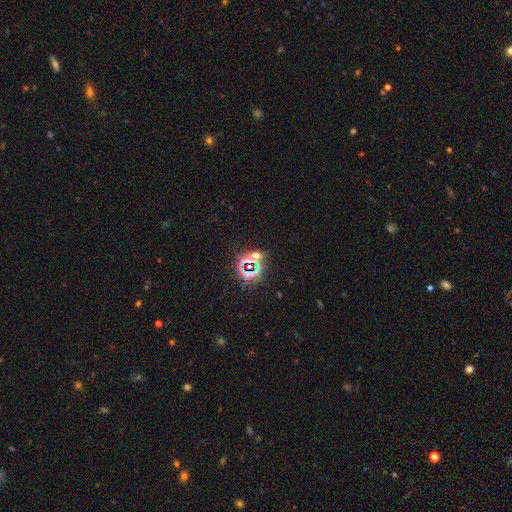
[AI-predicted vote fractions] The model was most divided on "smooth or featured": star or artifact: 70%, smooth: 21%, featured or disk: 9%.